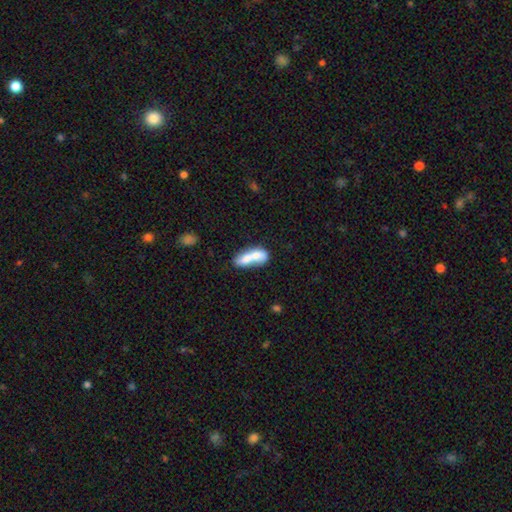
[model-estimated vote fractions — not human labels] This appears to be a smooth galaxy with no disk features (66%) that is in between round and cigar-shaped (65%). Merging: merger (54%).